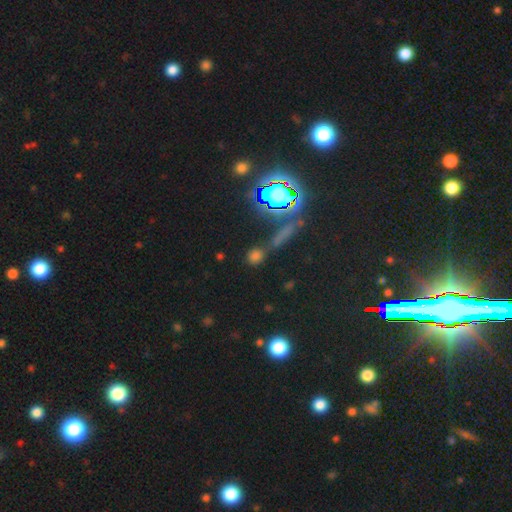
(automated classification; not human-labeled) Smooth or featured?
  - smooth: 50% *
  - star or artifact: 40%
  - featured or disk: 10%
How rounded?
  - round: 79% *
  - in between: 14%
  - cigar-shaped: 8%
Merging?
  - none: 73% *
  - merger: 12%
  - minor disturbance: 10%
  - major disturbance: 5%